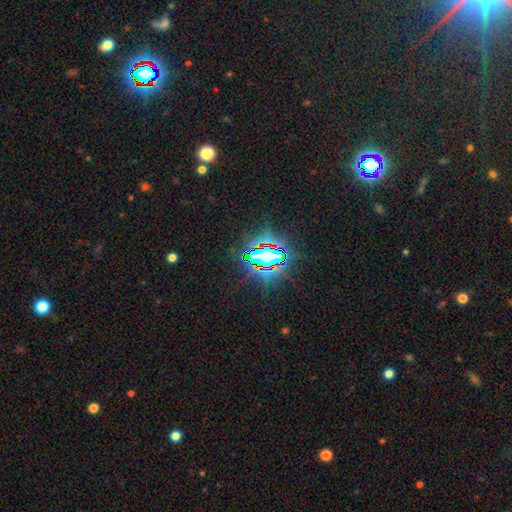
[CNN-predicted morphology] Q: Smooth or featured?
A: star or artifact (82%); runner-up: smooth (10%)